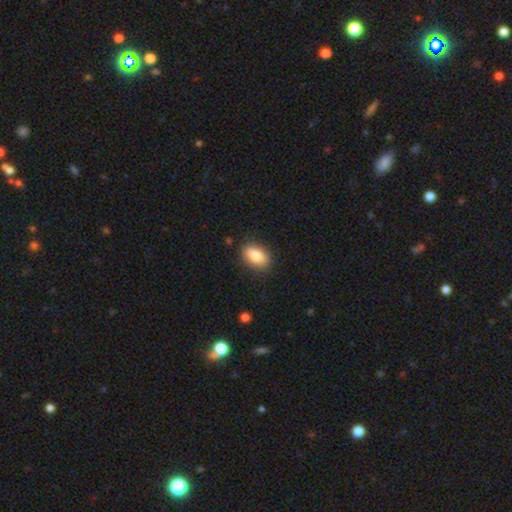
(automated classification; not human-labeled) Smooth or featured?
  - smooth: 84% *
  - featured or disk: 8%
  - star or artifact: 7%
How rounded?
  - in between: 88% *
  - round: 9%
  - cigar-shaped: 3%
Merging?
  - none: 85% *
  - minor disturbance: 11%
  - major disturbance: 3%
  - merger: 1%